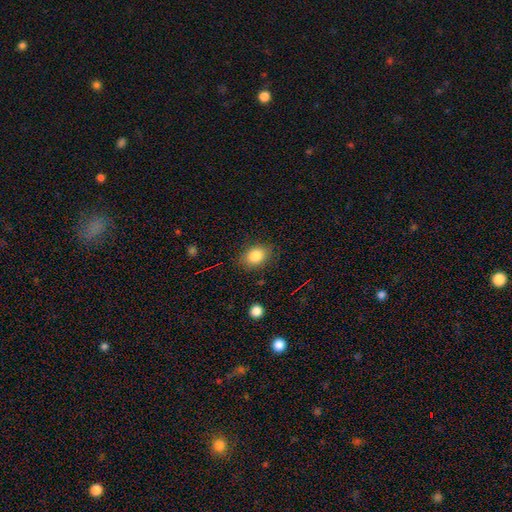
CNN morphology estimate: This is clearly a smooth galaxy (84%). How rounded: likely in between (63%). Merging: clearly none (84%).